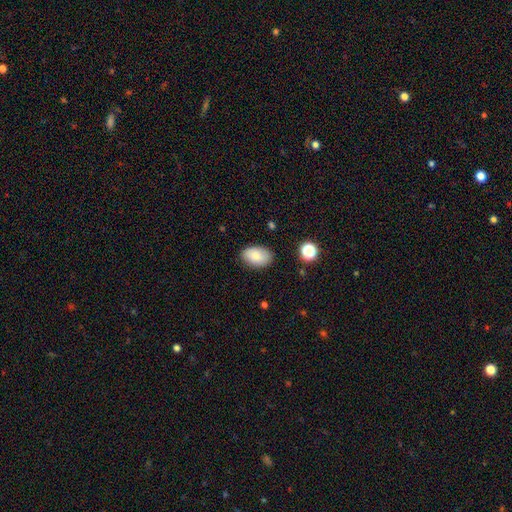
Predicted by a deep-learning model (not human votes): smooth 84%, featured or disk 8%, star or artifact 8%. Down the decision tree: how rounded — in between (90%); merging — none (84%).